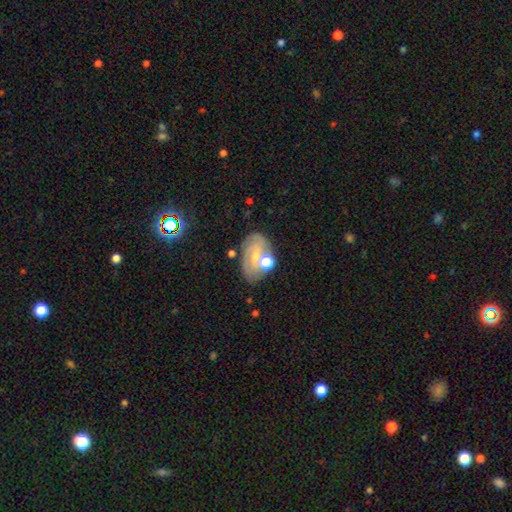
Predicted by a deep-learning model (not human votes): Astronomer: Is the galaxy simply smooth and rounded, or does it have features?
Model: featured or disk — 53% (runner-up: smooth, 33%).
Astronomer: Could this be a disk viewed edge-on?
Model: no — 96%.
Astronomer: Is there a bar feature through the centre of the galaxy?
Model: no — 57% (runner-up: weak, 34%).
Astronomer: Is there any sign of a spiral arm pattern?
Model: yes — 74%.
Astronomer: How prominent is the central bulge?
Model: small — 51% (runner-up: moderate, 35%).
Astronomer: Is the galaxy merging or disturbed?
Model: none — 60%.